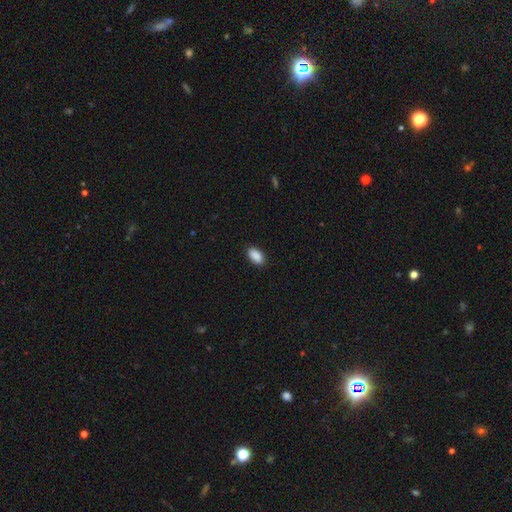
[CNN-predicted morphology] type=smooth (90%); roundness=in between (93%); merging=none (88%).